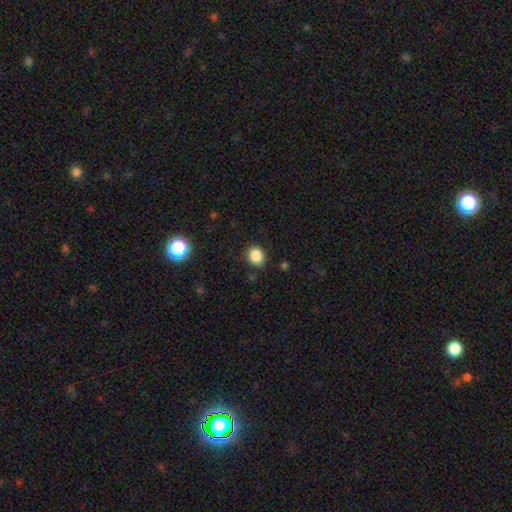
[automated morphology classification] A smooth galaxy with no disk features (86%) that is round (65%). Merging: none (86%).